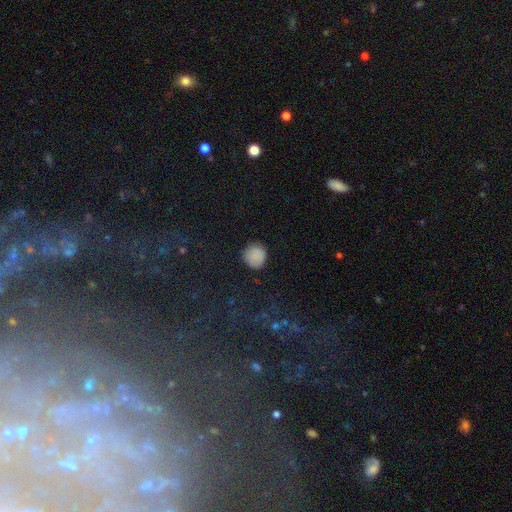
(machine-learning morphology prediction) smooth-or-featured: smooth: 84% | star or artifact: 10% | featured or disk: 6%
  how-rounded: round: 92% | in between: 7% | cigar-shaped: 1%
  merging: none: 85% | minor disturbance: 11% | major disturbance: 3% | merger: 1%